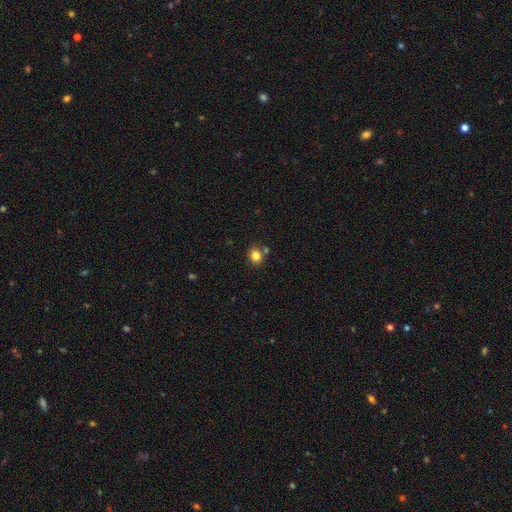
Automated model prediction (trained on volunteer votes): Morphology: type=smooth (83%); roundness=round (67%); merging=none (75%).